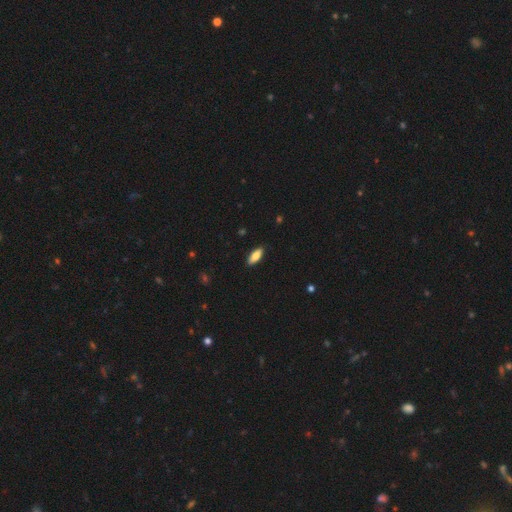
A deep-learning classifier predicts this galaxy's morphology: Smooth or featured? smooth (82%)
How rounded? in between (78%)
Merging? none (88%)